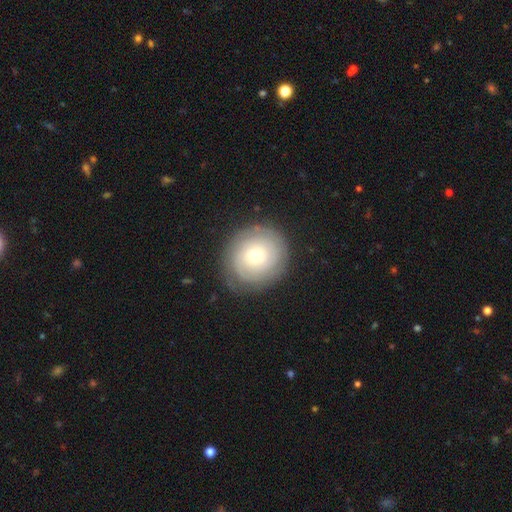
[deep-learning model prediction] Smooth or featured? smooth (46%, tied with featured or disk)
Merging? none (80%)